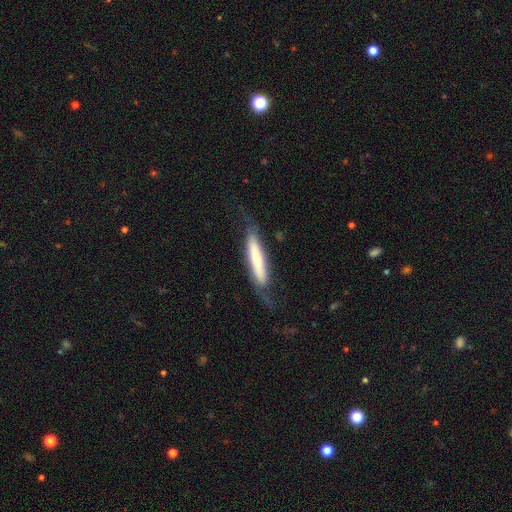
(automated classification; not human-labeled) A smooth galaxy with no disk features (52%) that is cigar-shaped (89%). Merging: none (64%).